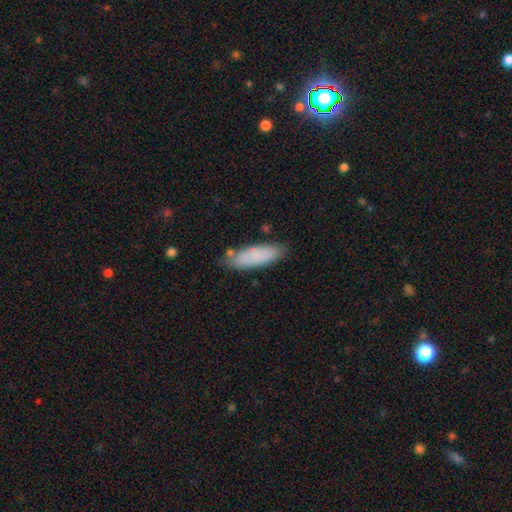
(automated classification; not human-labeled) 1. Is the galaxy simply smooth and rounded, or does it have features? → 83% smooth, 10% featured or disk, 6% star or artifact.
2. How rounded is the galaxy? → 55% in between, 43% cigar-shaped, 2% round.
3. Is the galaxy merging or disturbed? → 74% none, 19% minor disturbance, 4% merger, 4% major disturbance.